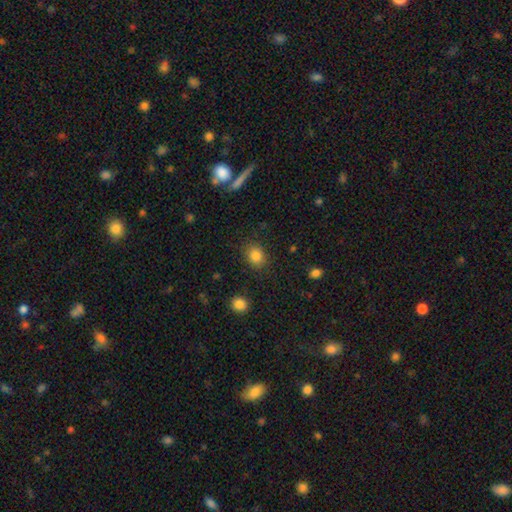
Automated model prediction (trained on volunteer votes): Smooth or featured?
  - smooth: 84% *
  - star or artifact: 11%
  - featured or disk: 6%
How rounded?
  - round: 59% *
  - in between: 40%
  - cigar-shaped: 1%
Merging?
  - none: 85% *
  - minor disturbance: 10%
  - major disturbance: 3%
  - merger: 2%